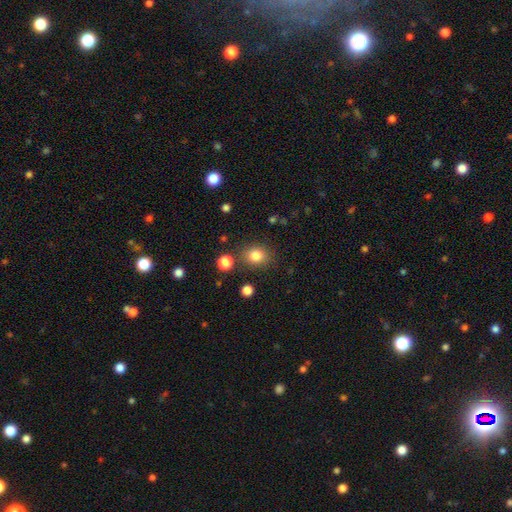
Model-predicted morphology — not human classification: Smooth or featured? Predicted: smooth (p=0.83). How rounded? Predicted: round (p=0.67). Merging? Predicted: none (p=0.81).